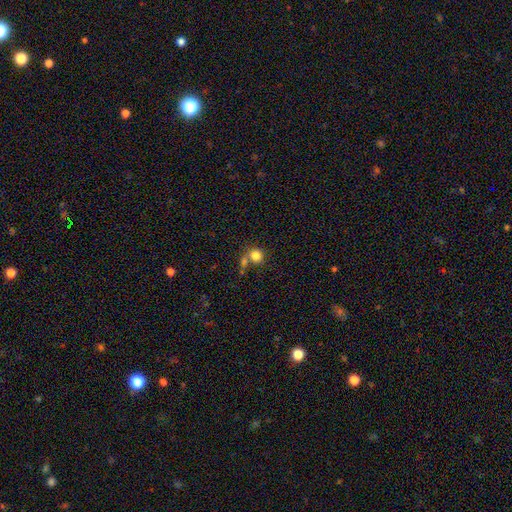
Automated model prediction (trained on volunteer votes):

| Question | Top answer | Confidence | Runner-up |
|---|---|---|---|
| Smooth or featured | smooth | 80% | star or artifact (10%) |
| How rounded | round | 81% | in between (18%) |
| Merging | none | 46% | merger (33%) |